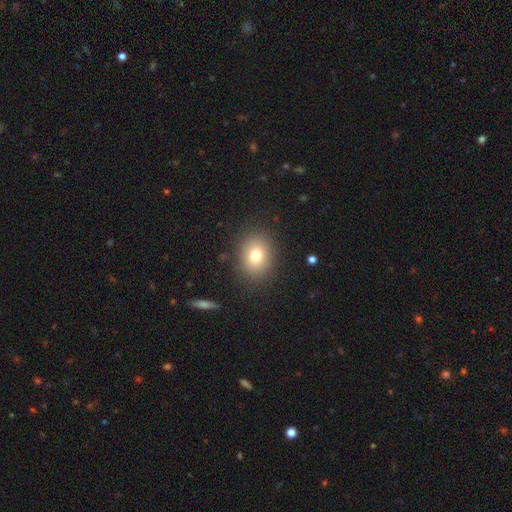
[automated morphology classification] The model was most divided on "how rounded": round: 54%, in between: 45%, cigar-shaped: 1%. More confident: merging — none (86%); smooth or featured — smooth (77%).